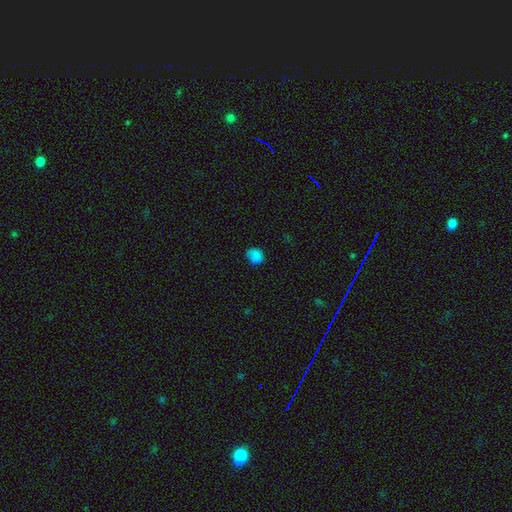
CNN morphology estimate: Q: Smooth or featured?
A: smooth (82%); runner-up: star or artifact (13%)
Q: How rounded?
A: round (62%); runner-up: in between (37%)
Q: Merging?
A: none (77%); runner-up: minor disturbance (19%)